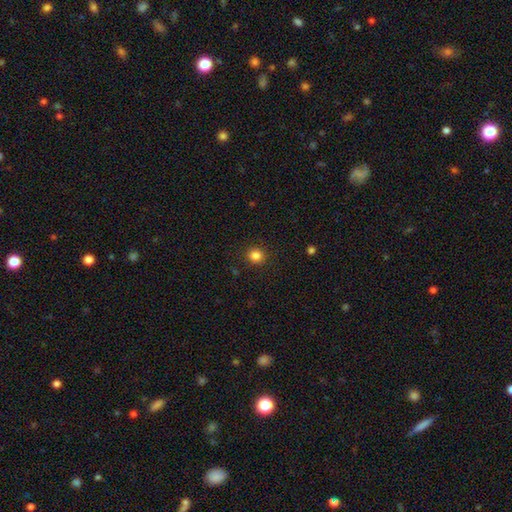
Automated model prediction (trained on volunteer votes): Smooth or featured: smooth — 84% (star or artifact — 12%)
How rounded: round — 91% (in between — 8%)
Merging: none — 91% (minor disturbance — 6%)